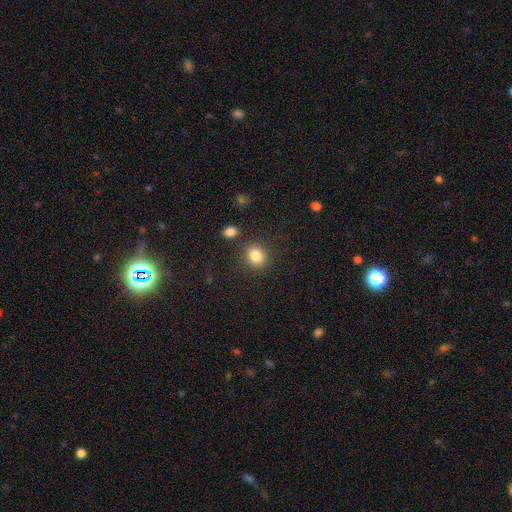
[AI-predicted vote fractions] Smooth or featured?
  - smooth: 84% *
  - star or artifact: 10%
  - featured or disk: 6%
How rounded?
  - round: 65% *
  - in between: 34%
  - cigar-shaped: 1%
Merging?
  - none: 83% *
  - minor disturbance: 9%
  - merger: 5%
  - major disturbance: 3%